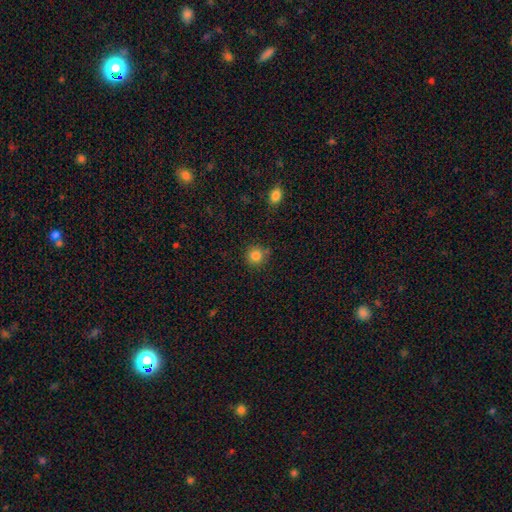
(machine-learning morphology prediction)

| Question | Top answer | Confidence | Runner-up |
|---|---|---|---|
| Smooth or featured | smooth | 84% | star or artifact (11%) |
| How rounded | round | 92% | in between (7%) |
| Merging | none | 81% | minor disturbance (12%) |